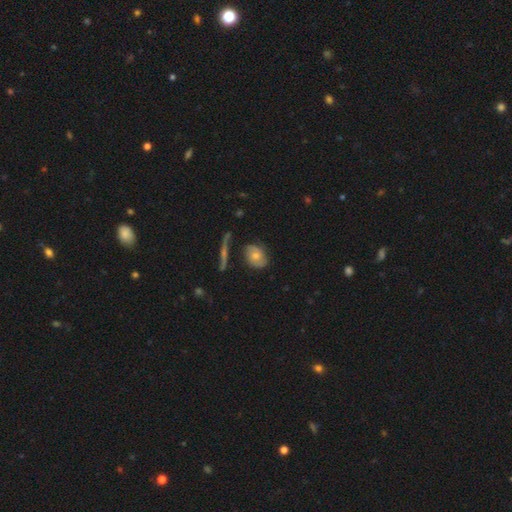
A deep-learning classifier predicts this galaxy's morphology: smooth-or-featured: featured or disk: 49% | smooth: 43% | star or artifact: 8%
  merging: none: 65% | minor disturbance: 22% | major disturbance: 8% | merger: 5%